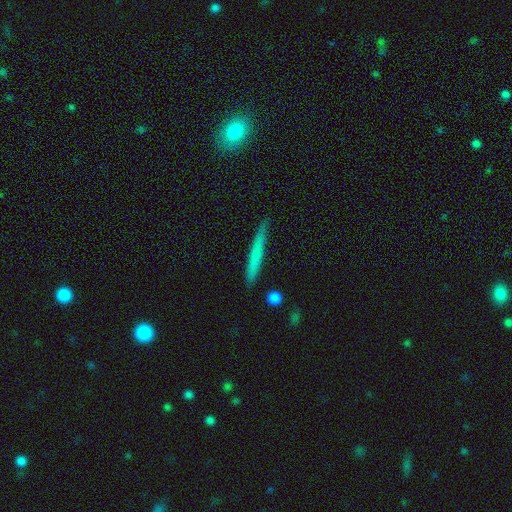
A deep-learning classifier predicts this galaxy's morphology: type=smooth (62%); roundness=cigar-shaped (96%); merging=none (85%).